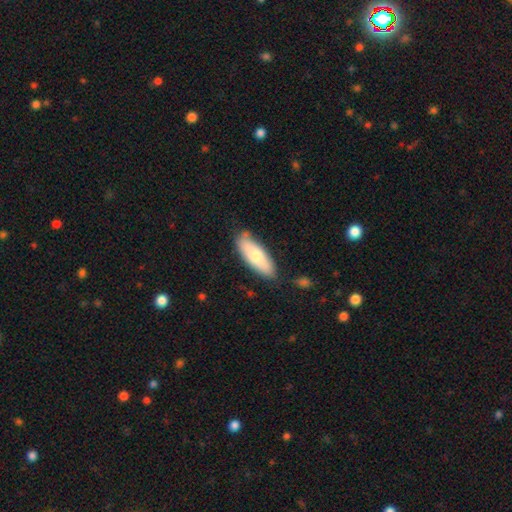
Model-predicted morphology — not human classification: Smooth or featured? smooth (73%)
How rounded? in between (66%)
Merging? none (75%)